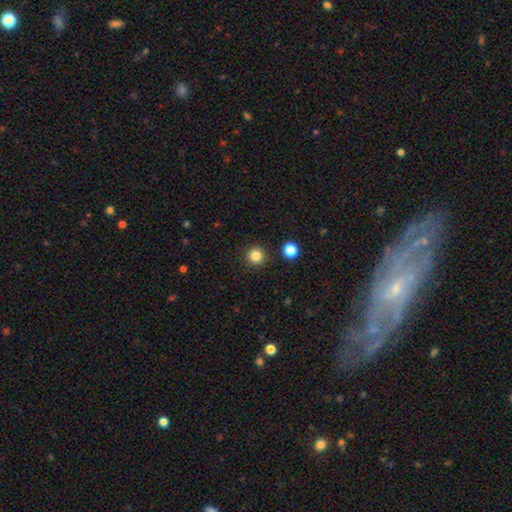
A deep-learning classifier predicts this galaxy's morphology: This is clearly a smooth galaxy (84%). How rounded: clearly round (96%). Merging: clearly none (91%).